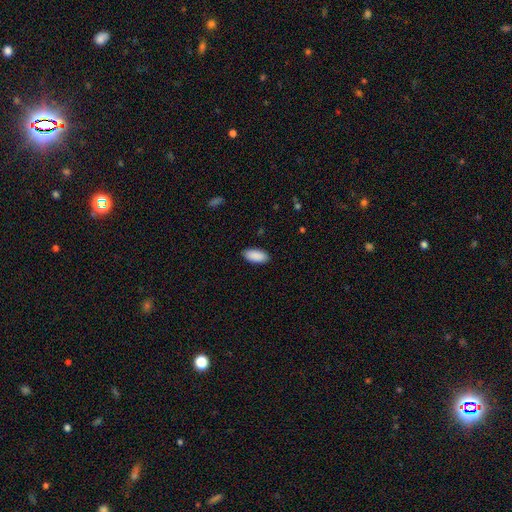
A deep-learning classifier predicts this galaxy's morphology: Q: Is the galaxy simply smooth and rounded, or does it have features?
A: smooth — 91%.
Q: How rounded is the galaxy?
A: in between — 90%.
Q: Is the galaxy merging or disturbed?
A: none — 89%.